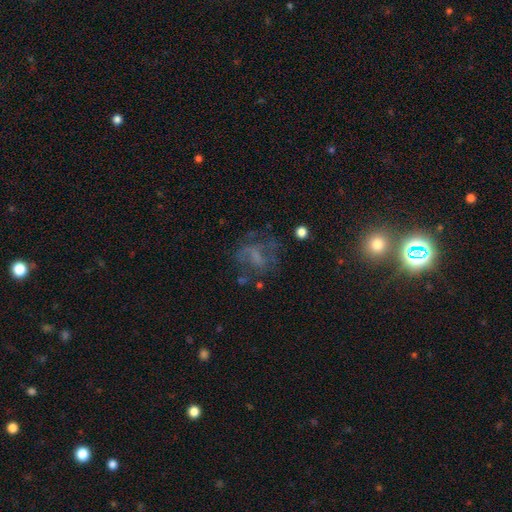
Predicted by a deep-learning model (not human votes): This appears to be a featured or disk galaxy (44%). Merging: none (44%).